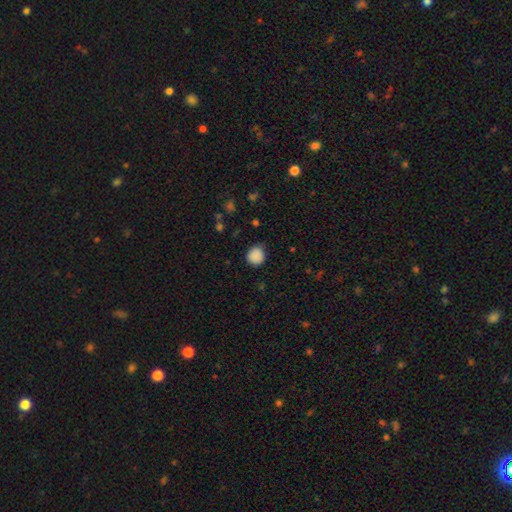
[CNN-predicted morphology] smooth-or-featured: smooth: 87% | star or artifact: 9% | featured or disk: 4%
  how-rounded: round: 86% | in between: 13% | cigar-shaped: 1%
  merging: none: 75% | minor disturbance: 19% | major disturbance: 4% | merger: 1%